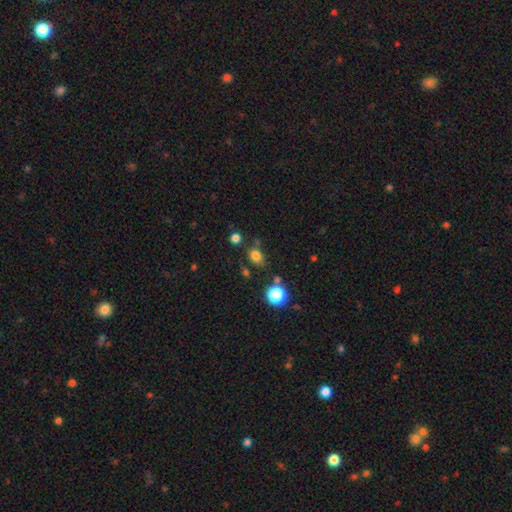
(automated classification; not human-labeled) Morphology: type=smooth (77%); roundness=in between (58%); merging=none (70%).